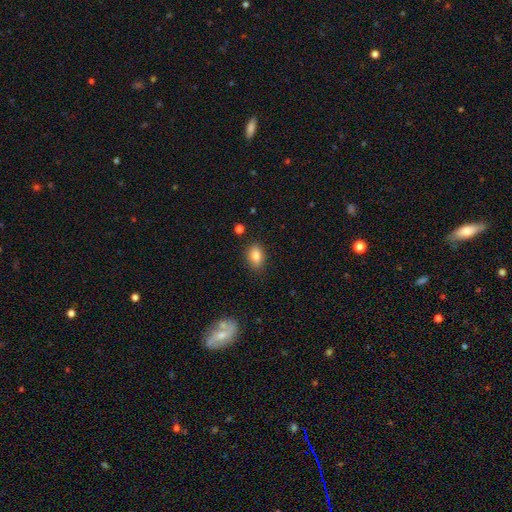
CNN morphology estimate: Smooth or featured: smooth — 83% (star or artifact — 9%)
How rounded: in between — 81% (round — 17%)
Merging: none — 84% (minor disturbance — 11%)